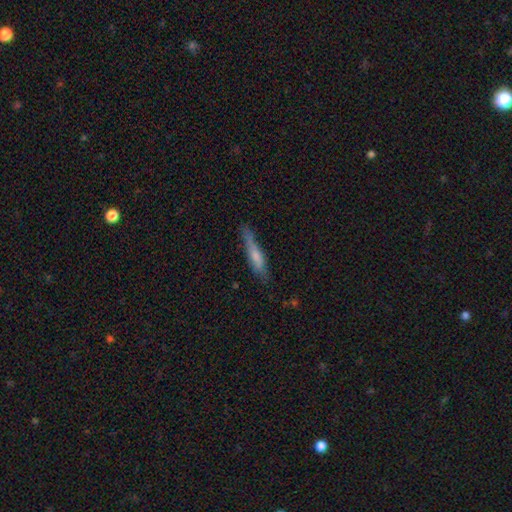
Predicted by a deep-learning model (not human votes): Smooth or featured? Predicted: smooth (p=0.59). How rounded? Predicted: cigar-shaped (p=0.87). Merging? Predicted: none (p=0.64).